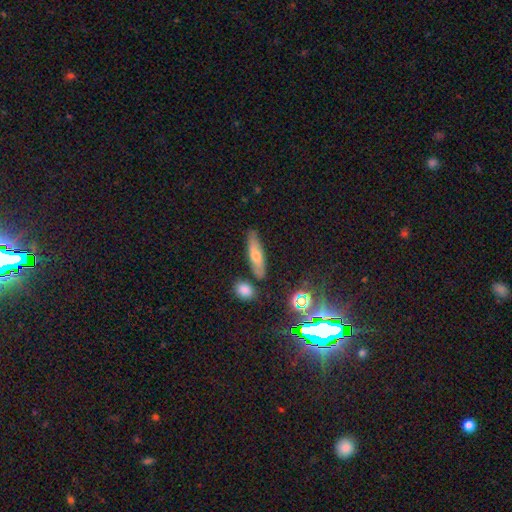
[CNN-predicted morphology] This appears to be a smooth galaxy with no disk features (48%). Merging: none (81%).